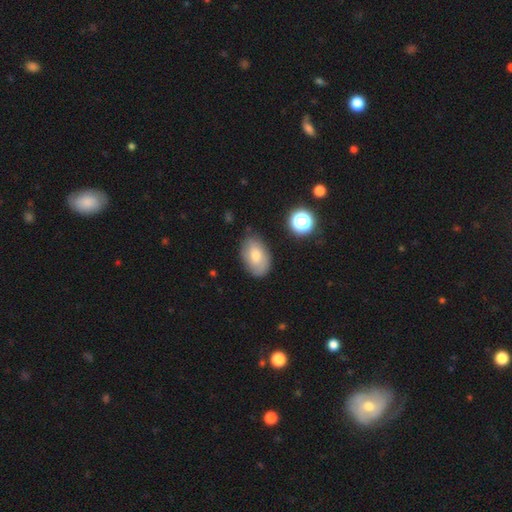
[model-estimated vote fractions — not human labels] Smooth or featured: smooth — 70% (featured or disk — 22%)
How rounded: in between — 90% (round — 9%)
Merging: none — 76% (minor disturbance — 18%)